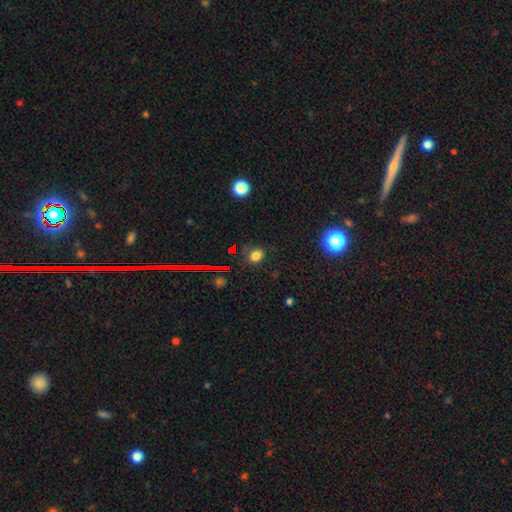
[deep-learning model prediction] Smooth or featured? smooth (77%)
How rounded? round (49%, tied with in between)
Merging? none (79%)